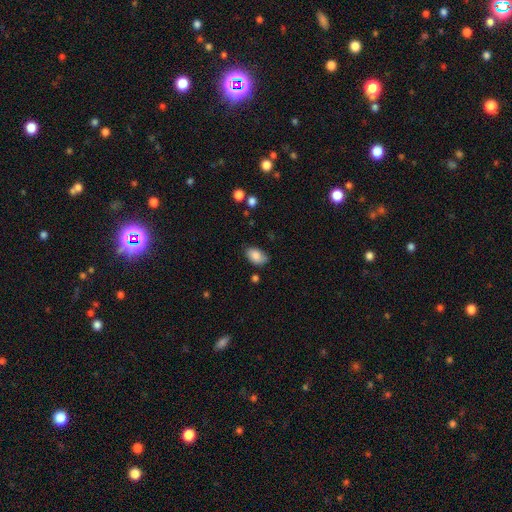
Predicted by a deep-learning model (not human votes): This appears to be a smooth galaxy with no disk features (84%) that is in between round and cigar-shaped (89%). Merging: none (68%).